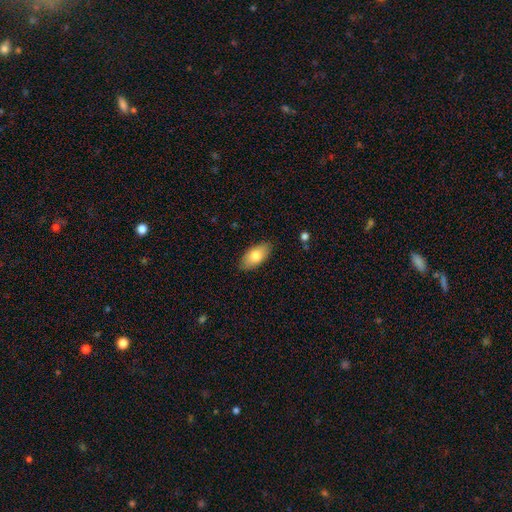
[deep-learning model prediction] Smooth or featured?
  - smooth: 79% *
  - featured or disk: 15%
  - star or artifact: 6%
How rounded?
  - in between: 93% *
  - cigar-shaped: 4%
  - round: 3%
Merging?
  - none: 86% *
  - minor disturbance: 11%
  - major disturbance: 2%
  - merger: 1%